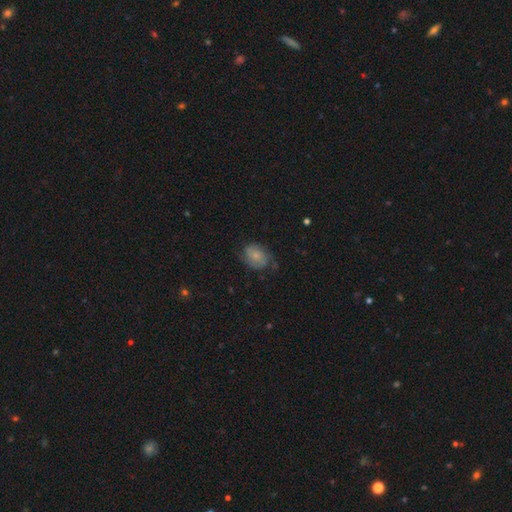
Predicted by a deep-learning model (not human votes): Smooth or featured? smooth (54%)
How rounded? in between (56%)
Merging? none (59%)